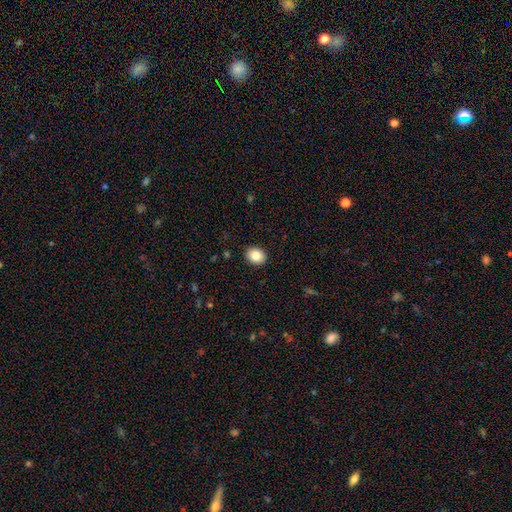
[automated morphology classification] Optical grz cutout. It shows a smooth galaxy with no disk features (84%) that is round (50%). Merging: none (90%).